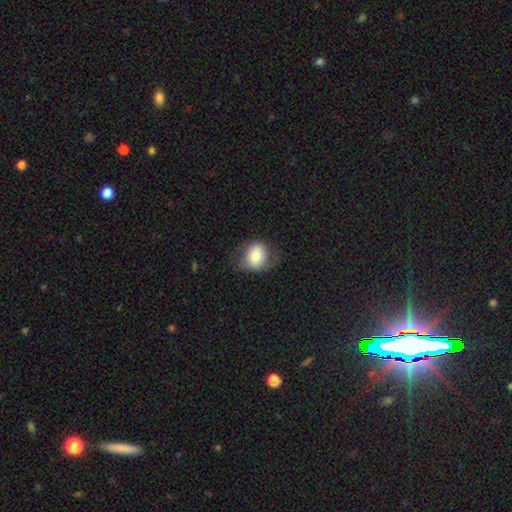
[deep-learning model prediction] A smooth galaxy with no disk features (72%) that is round (50%). Merging: none (60%).